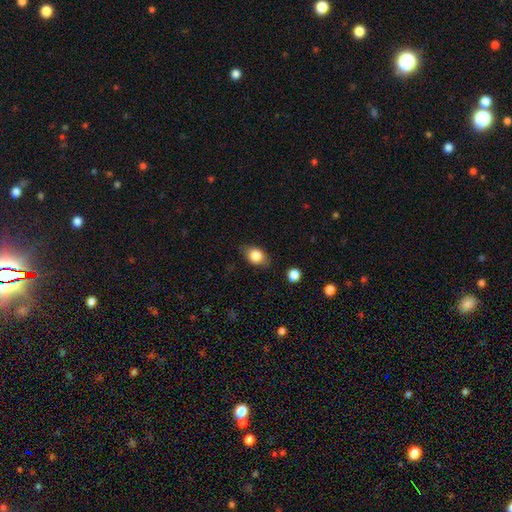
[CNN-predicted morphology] Smooth or featured? Predicted: smooth (p=0.81). How rounded? Predicted: in between (p=0.67). Merging? Predicted: none (p=0.77).